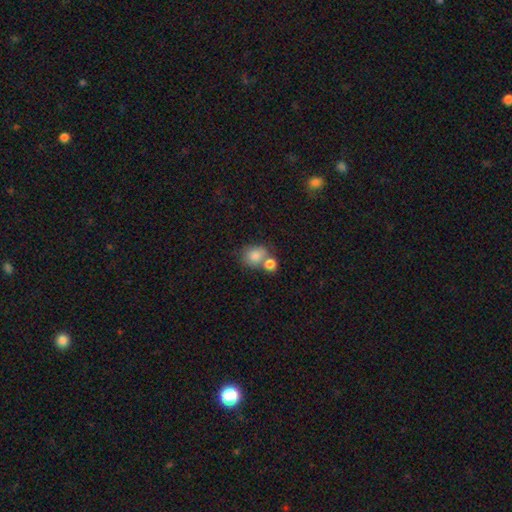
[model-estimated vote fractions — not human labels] smooth_or_featured: smooth (p=0.82) [alt: featured or disk p=0.09]
how_rounded: round (p=0.63) [alt: in between p=0.36]
merging: merger (p=0.44) [alt: none p=0.41]